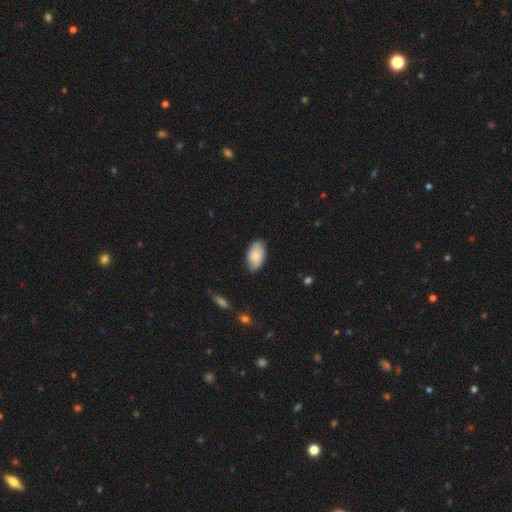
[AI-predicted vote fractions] This appears to be a smooth galaxy with no disk features (85%) that is in between round and cigar-shaped (95%). Merging: none (85%).